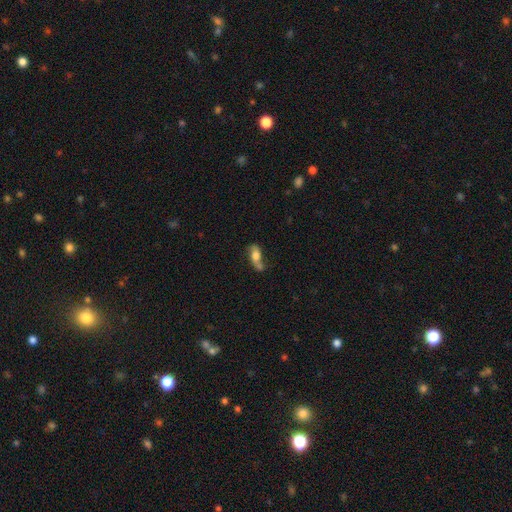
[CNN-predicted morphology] Smooth or featured? smooth (56%)
How rounded? in between (77%)
Merging? merger (34%)